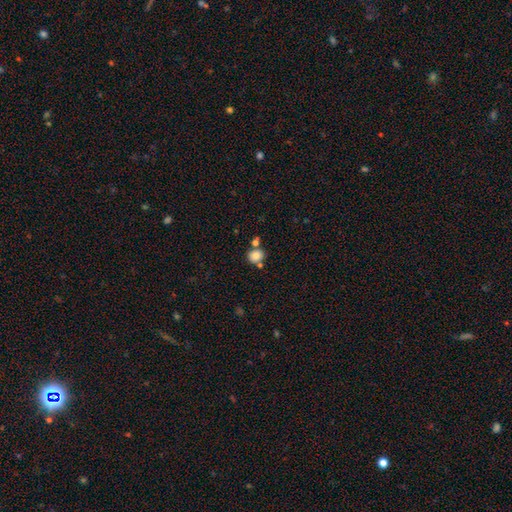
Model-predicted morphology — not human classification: Smooth or featured?
  - smooth: 83% *
  - star or artifact: 10%
  - featured or disk: 7%
How rounded?
  - round: 70% *
  - in between: 29%
  - cigar-shaped: 1%
Merging?
  - none: 61% *
  - merger: 22%
  - minor disturbance: 13%
  - major disturbance: 4%